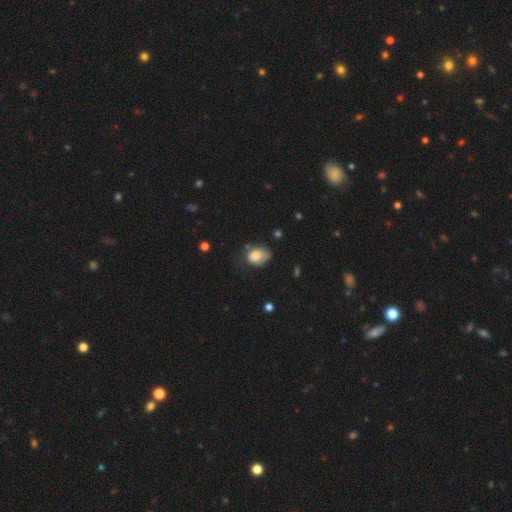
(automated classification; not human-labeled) The model was most divided on "merging": none: 43%, minor disturbance: 37%, major disturbance: 16%, merger: 4%. More confident: smooth or featured — smooth (78%); how rounded — in between (65%).